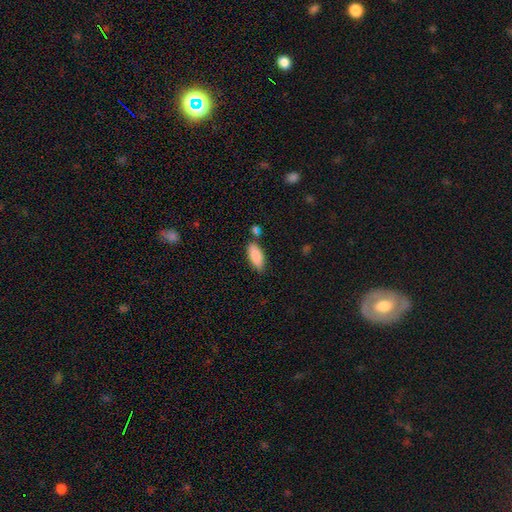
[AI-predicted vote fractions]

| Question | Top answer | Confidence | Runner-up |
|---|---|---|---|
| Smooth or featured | smooth | 87% | featured or disk (7%) |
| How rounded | in between | 82% | cigar-shaped (17%) |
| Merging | none | 71% | minor disturbance (17%) |